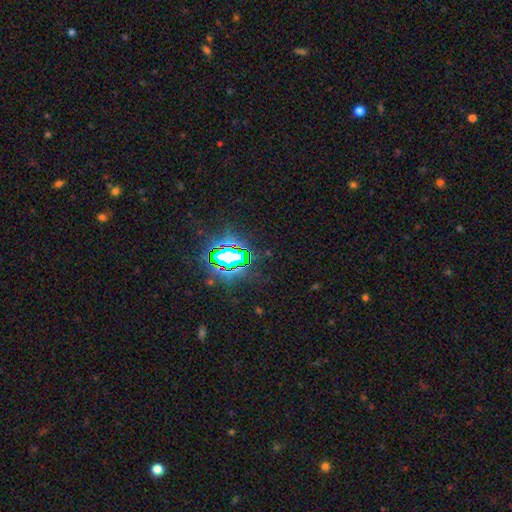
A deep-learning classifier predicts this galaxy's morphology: A star or artifact, not a galaxy (82%).